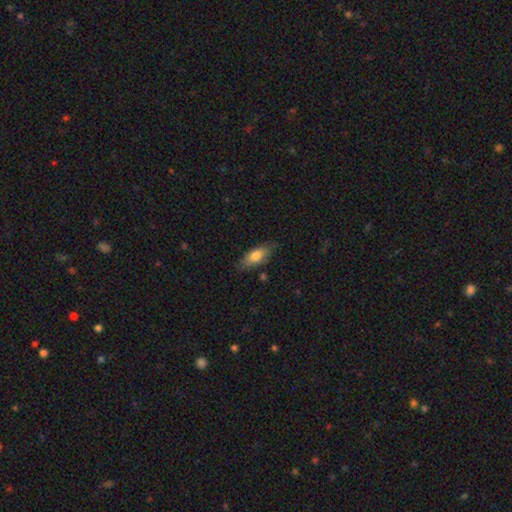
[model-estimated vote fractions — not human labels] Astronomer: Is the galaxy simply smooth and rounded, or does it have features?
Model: smooth — 76%.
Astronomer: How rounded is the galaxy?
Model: in between — 81%.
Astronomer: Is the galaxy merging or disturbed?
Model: none — 77%.